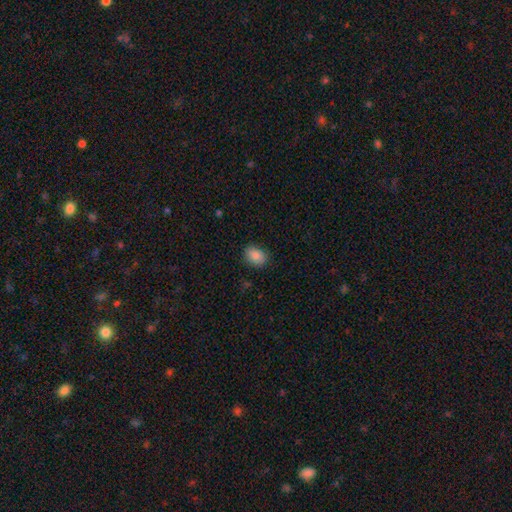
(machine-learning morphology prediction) Smooth or featured? Predicted: smooth (p=0.88). How rounded? Predicted: in between (p=0.63). Merging? Predicted: none (p=0.85).